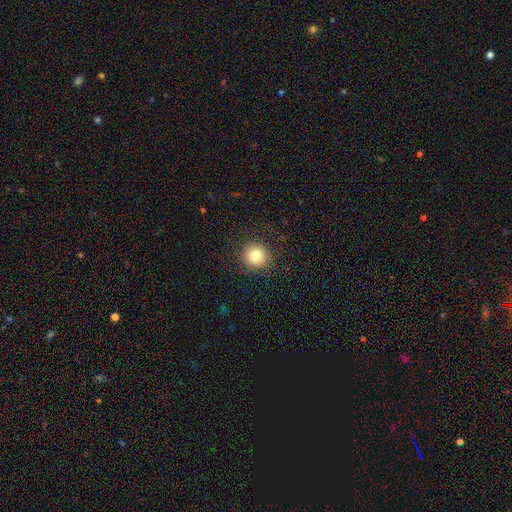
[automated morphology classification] This is clearly a smooth galaxy (81%). How rounded: clearly round (94%). Merging: clearly none (91%).